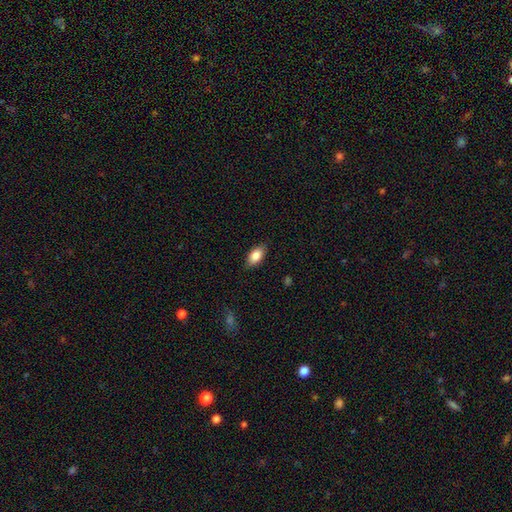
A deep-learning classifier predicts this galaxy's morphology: smooth 85%, featured or disk 8%, star or artifact 7%. Down the decision tree: how rounded — in between (91%); merging — none (86%).